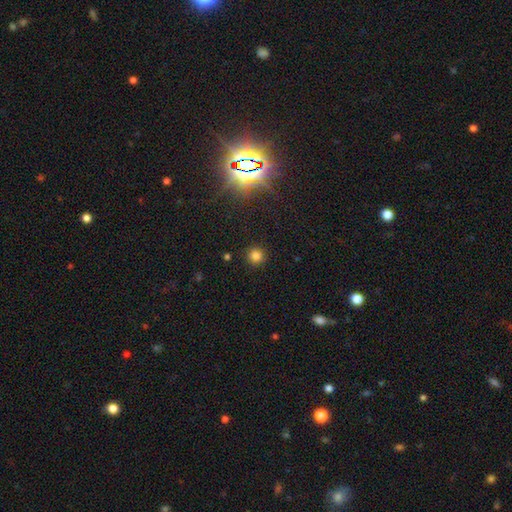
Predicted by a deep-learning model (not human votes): A smooth galaxy with no disk features (79%) that is round (94%). Merging: none (90%).